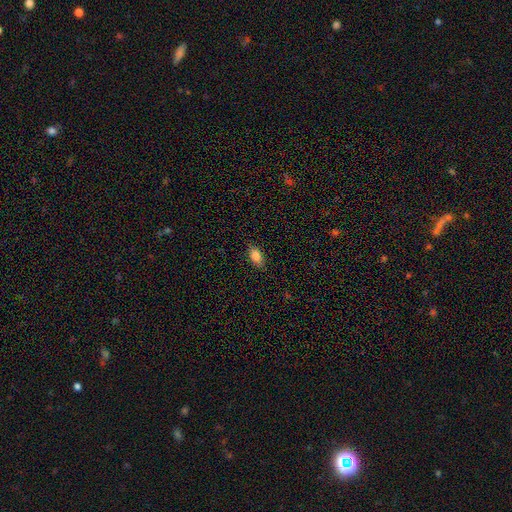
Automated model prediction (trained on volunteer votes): Q: Smooth or featured?
A: smooth (86%); runner-up: star or artifact (9%)
Q: How rounded?
A: in between (90%); runner-up: round (6%)
Q: Merging?
A: none (85%); runner-up: minor disturbance (12%)